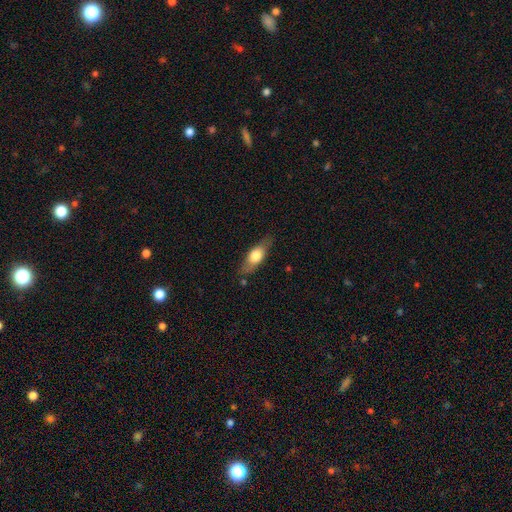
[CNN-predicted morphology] Smooth or featured? smooth (61%)
How rounded? in between (66%)
Merging? none (79%)